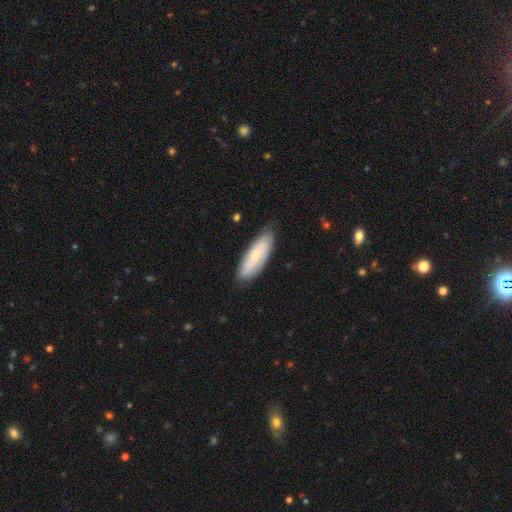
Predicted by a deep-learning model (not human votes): smooth 55%, featured or disk 39%, star or artifact 6%. Down the decision tree: how rounded — in between (61%); merging — none (79%).